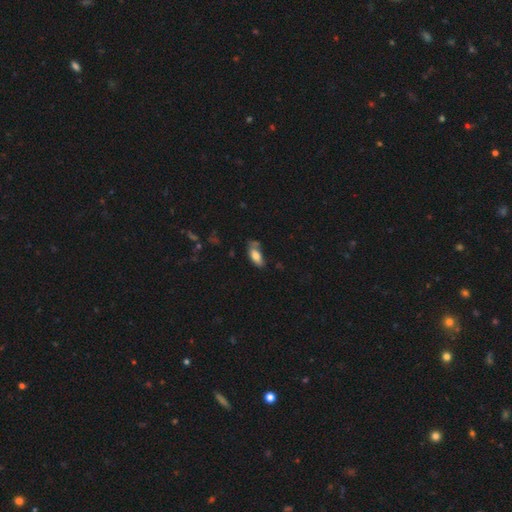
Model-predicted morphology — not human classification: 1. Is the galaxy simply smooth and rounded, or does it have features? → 78% smooth, 15% featured or disk, 7% star or artifact.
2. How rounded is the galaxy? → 85% in between, 12% cigar-shaped, 2% round.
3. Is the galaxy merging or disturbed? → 59% none, 26% minor disturbance, 9% merger, 7% major disturbance.